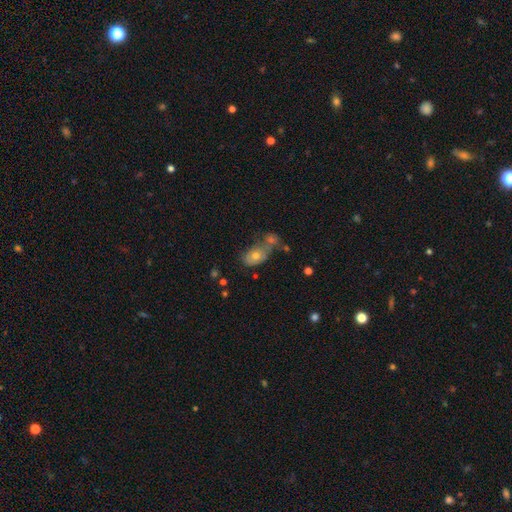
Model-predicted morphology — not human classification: smooth-or-featured: smooth: 62% | featured or disk: 26% | star or artifact: 12%
  how-rounded: in between: 80% | round: 17% | cigar-shaped: 3%
  merging: merger: 46% | none: 32% | minor disturbance: 14% | major disturbance: 9%